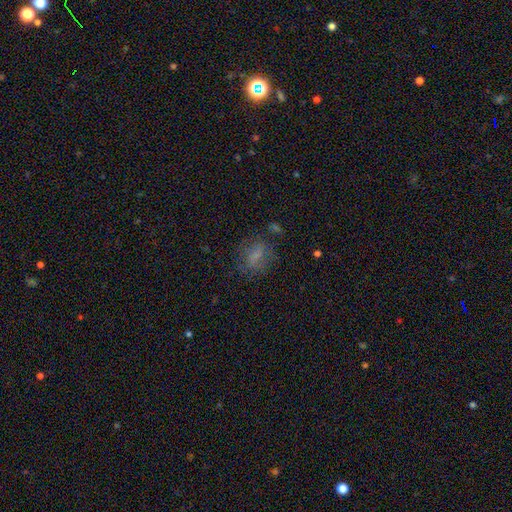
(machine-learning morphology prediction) A smooth galaxy with no disk features (63%) that is in between round and cigar-shaped (64%).

Vote fractions:
- Smooth or featured? smooth: 63% / featured or disk: 21% / star or artifact: 16%
- How rounded? in between: 64% / round: 29% / cigar-shaped: 7%
- Merging? none: 65% / minor disturbance: 18% / major disturbance: 13% / merger: 3%